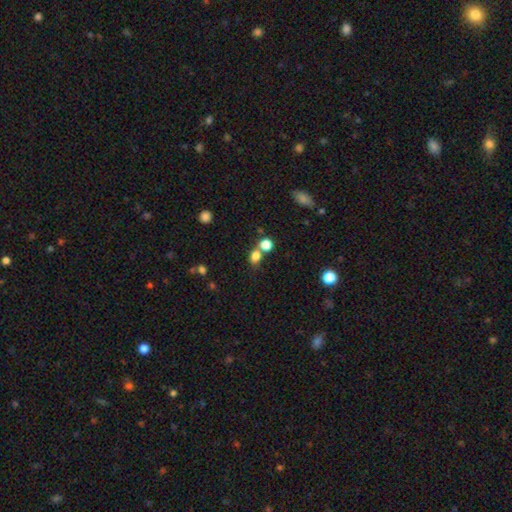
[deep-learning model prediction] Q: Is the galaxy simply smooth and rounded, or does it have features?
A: smooth — 77%.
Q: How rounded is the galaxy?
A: round — 53%.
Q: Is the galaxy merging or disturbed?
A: none — 53%.